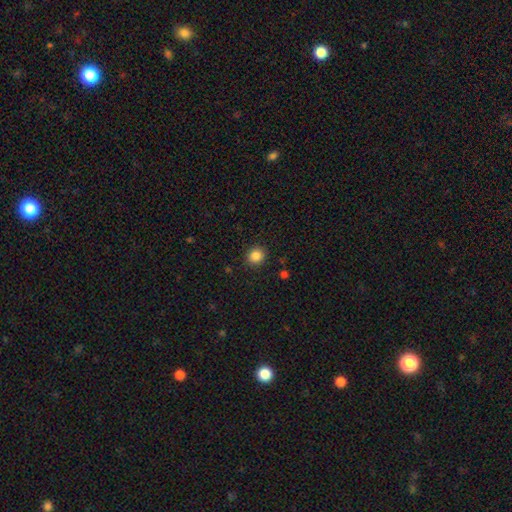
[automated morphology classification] smooth_or_featured: smooth (p=0.86) [alt: star or artifact p=0.11]
how_rounded: round (p=0.85) [alt: in between p=0.14]
merging: none (p=0.90) [alt: minor disturbance p=0.06]